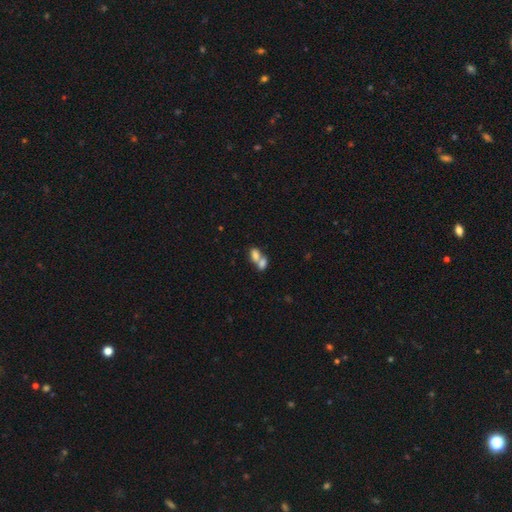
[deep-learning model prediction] smooth-or-featured: smooth: 77% | featured or disk: 14% | star or artifact: 10%
  how-rounded: in between: 85% | round: 12% | cigar-shaped: 3%
  merging: merger: 70% | none: 20% | minor disturbance: 6% | major disturbance: 4%